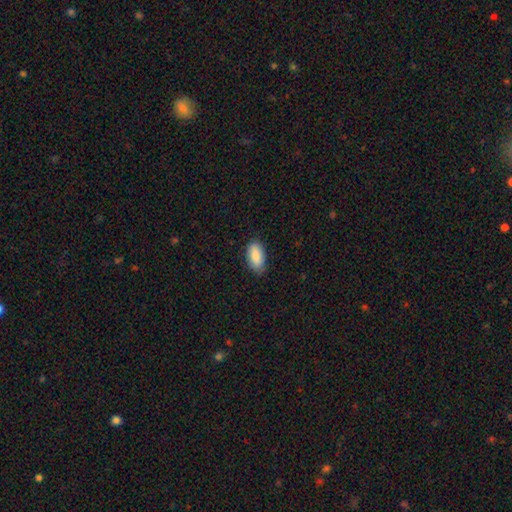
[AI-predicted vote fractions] Morphology: type=smooth (87%); roundness=in between (92%); merging=none (83%).